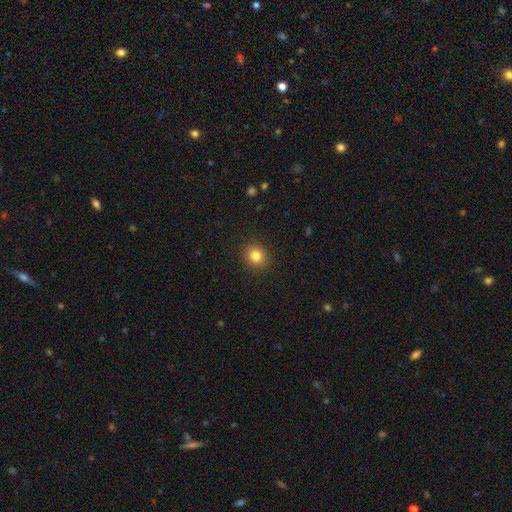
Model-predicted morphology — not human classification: Smooth or featured? Predicted: smooth (p=0.82). How rounded? Predicted: round (p=0.84). Merging? Predicted: none (p=0.91).